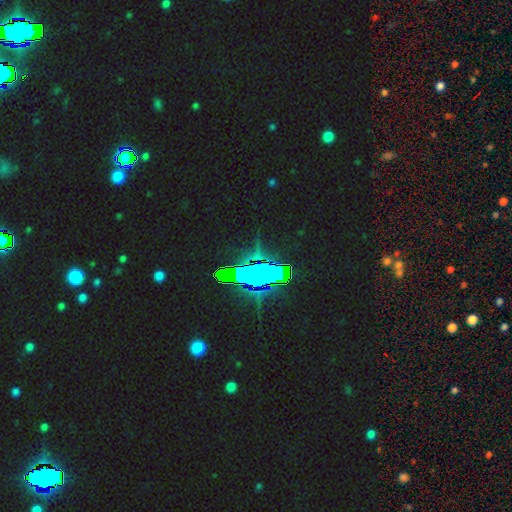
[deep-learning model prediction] Smooth or featured? star or artifact (80%)